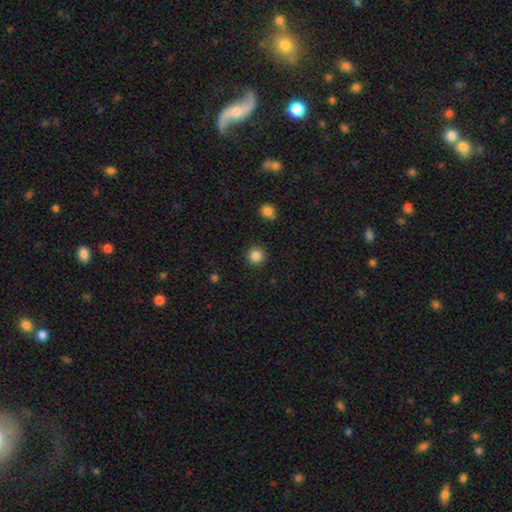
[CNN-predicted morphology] This is clearly a smooth galaxy (86%). How rounded: clearly round (95%). Merging: clearly none (92%).